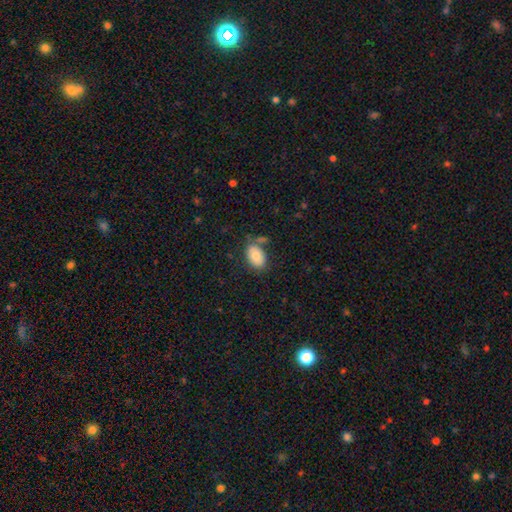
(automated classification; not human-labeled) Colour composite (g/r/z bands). It shows a smooth galaxy with no disk features (82%) that is in between round and cigar-shaped (88%). Merging: none (68%).